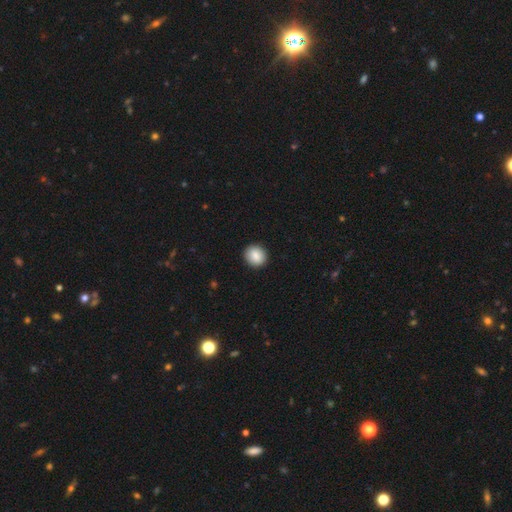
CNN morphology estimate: Smooth or featured: smooth — 88% (star or artifact — 7%)
How rounded: round — 82% (in between — 17%)
Merging: none — 92% (minor disturbance — 6%)